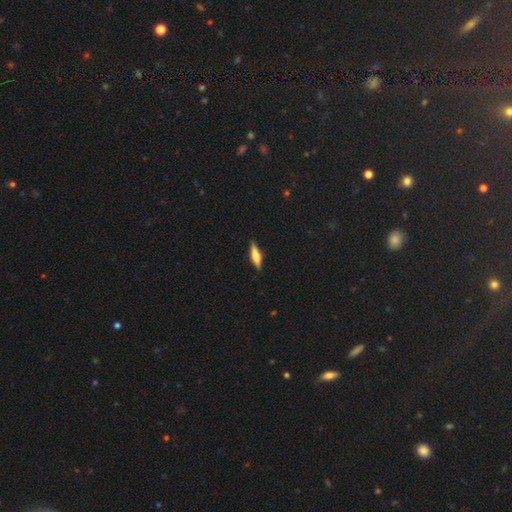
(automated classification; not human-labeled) Q: Smooth or featured?
A: smooth (55%); runner-up: featured or disk (38%)
Q: How rounded?
A: cigar-shaped (72%); runner-up: in between (26%)
Q: Merging?
A: none (89%); runner-up: minor disturbance (9%)